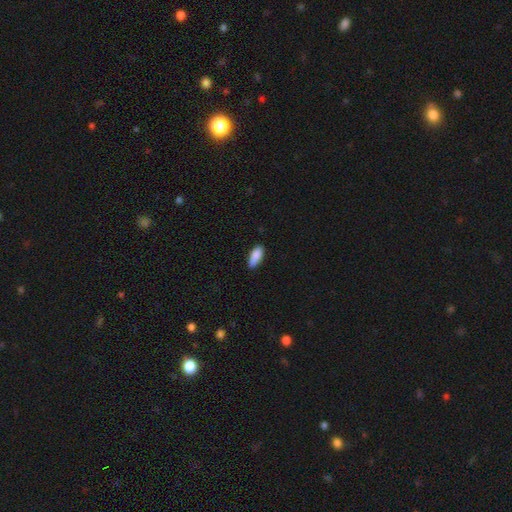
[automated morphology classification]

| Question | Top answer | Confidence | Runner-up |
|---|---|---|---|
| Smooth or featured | smooth | 87% | star or artifact (7%) |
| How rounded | in between | 75% | cigar-shaped (24%) |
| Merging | none | 79% | minor disturbance (17%) |